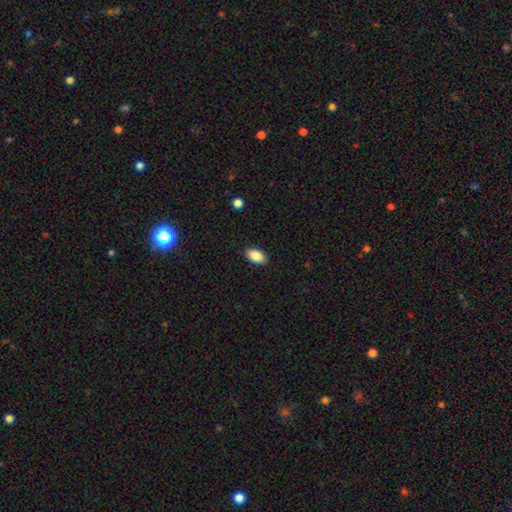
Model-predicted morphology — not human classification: Smooth or featured?
  - smooth: 87% *
  - star or artifact: 7%
  - featured or disk: 5%
How rounded?
  - in between: 93% *
  - round: 5%
  - cigar-shaped: 2%
Merging?
  - none: 89% *
  - minor disturbance: 8%
  - major disturbance: 2%
  - merger: 1%